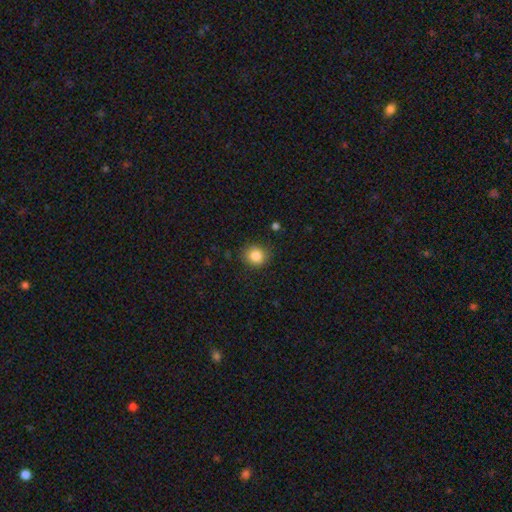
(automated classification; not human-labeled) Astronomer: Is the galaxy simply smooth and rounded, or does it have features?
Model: smooth — 85%.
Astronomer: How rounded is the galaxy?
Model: round — 81%.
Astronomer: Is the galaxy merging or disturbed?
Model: none — 85%.